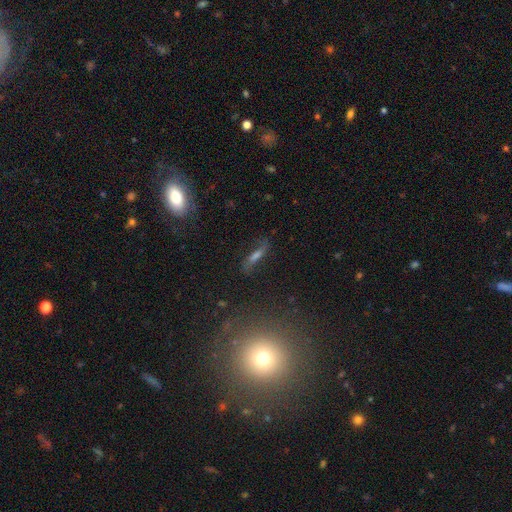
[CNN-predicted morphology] Smooth or featured? Predicted: featured or disk (p=0.48). Merging? Predicted: none (p=0.71).